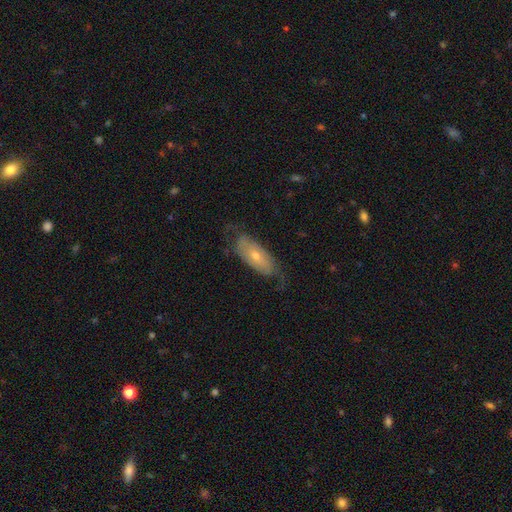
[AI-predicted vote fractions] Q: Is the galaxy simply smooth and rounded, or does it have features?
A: featured or disk — 56%.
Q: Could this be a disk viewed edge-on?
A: no — 81%.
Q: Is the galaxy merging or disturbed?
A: none — 61%.